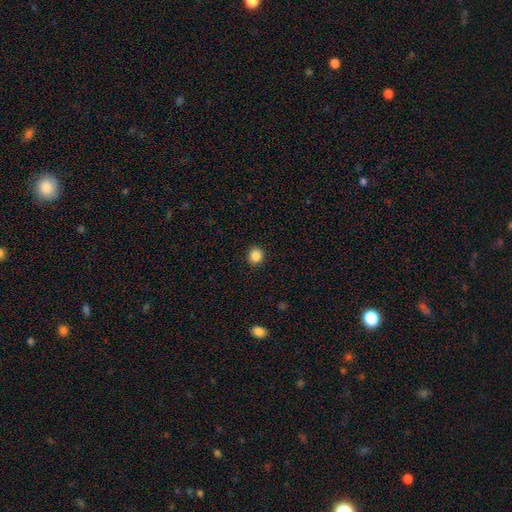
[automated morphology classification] Smooth or featured: smooth — 86% (star or artifact — 10%)
How rounded: round — 89% (in between — 11%)
Merging: none — 91% (minor disturbance — 6%)